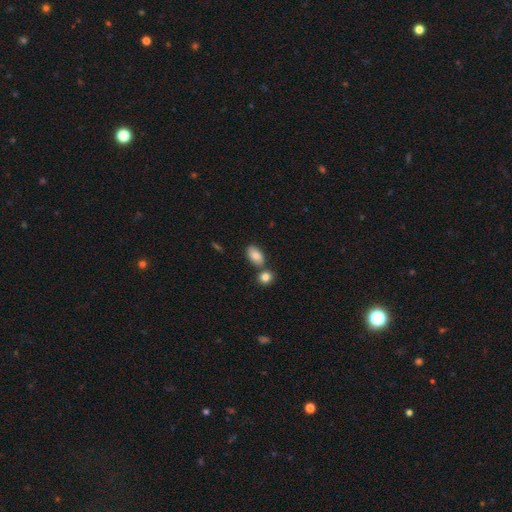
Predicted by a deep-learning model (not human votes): Smooth or featured? smooth (84%)
How rounded? in between (90%)
Merging? none (64%)